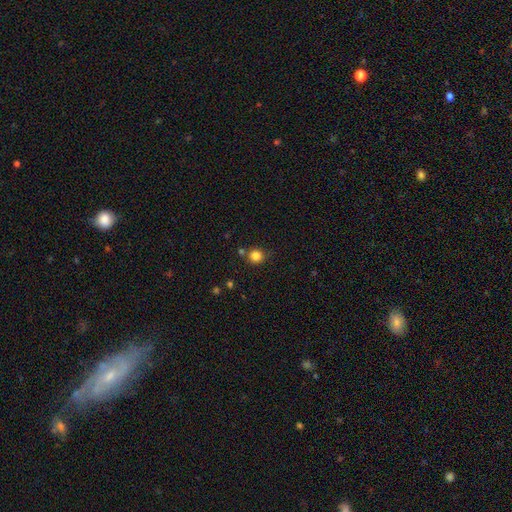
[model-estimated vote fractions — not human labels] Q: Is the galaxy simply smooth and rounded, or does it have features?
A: smooth — 82%.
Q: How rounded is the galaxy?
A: round — 91%.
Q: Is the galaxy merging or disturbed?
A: none — 77%.